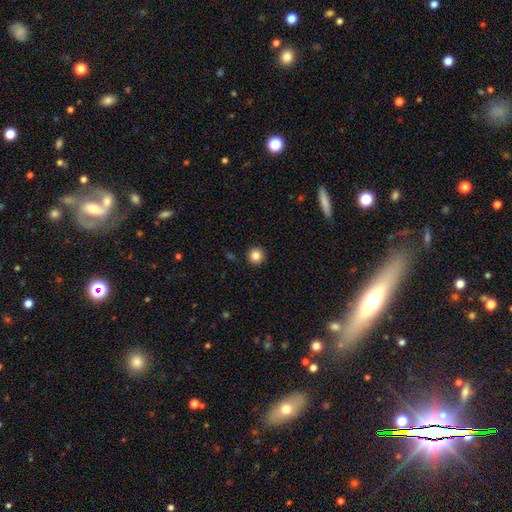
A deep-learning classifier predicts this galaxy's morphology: Smooth or featured: smooth — 85% (star or artifact — 10%)
How rounded: round — 95% (in between — 4%)
Merging: none — 93% (minor disturbance — 4%)